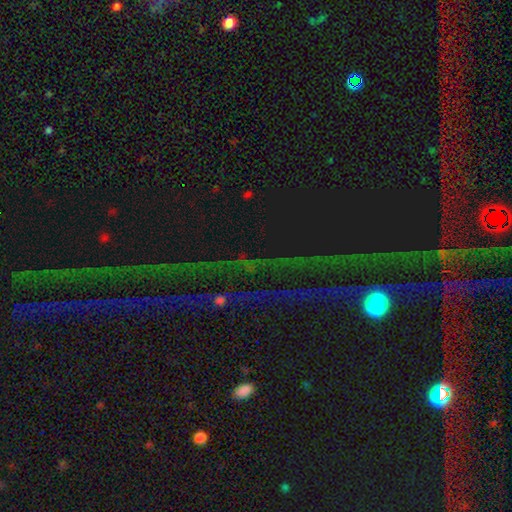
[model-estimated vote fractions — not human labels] Smooth or featured: star or artifact — 80% (featured or disk — 11%)